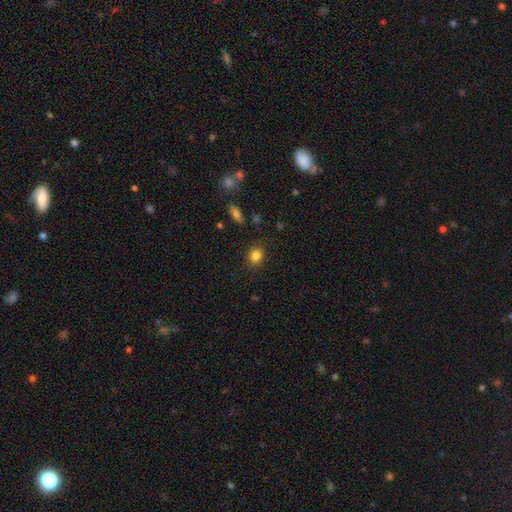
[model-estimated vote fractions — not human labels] Smooth or featured? smooth (84%)
How rounded? round (71%)
Merging? none (87%)